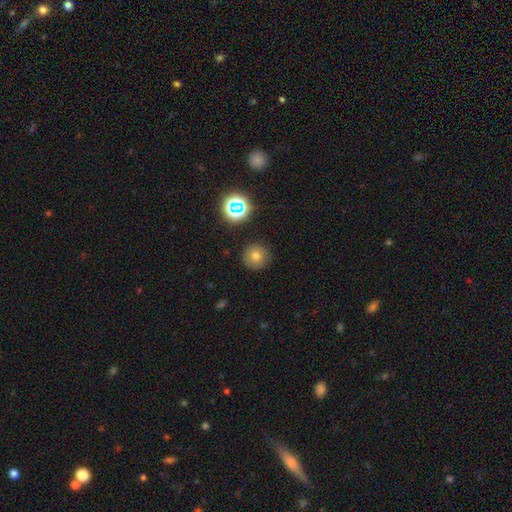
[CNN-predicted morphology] A smooth galaxy with no disk features (70%) that is round (95%).

Vote fractions:
- Smooth or featured? smooth: 70% / star or artifact: 18% / featured or disk: 13%
- How rounded? round: 95% / in between: 4% / cigar-shaped: 1%
- Merging? none: 89% / minor disturbance: 7% / major disturbance: 2% / merger: 2%